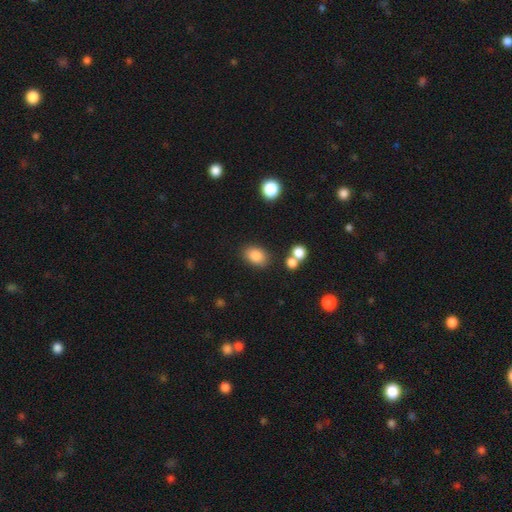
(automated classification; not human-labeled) smooth 84%, star or artifact 10%, featured or disk 6%. Down the decision tree: how rounded — in between (75%); merging — none (81%).